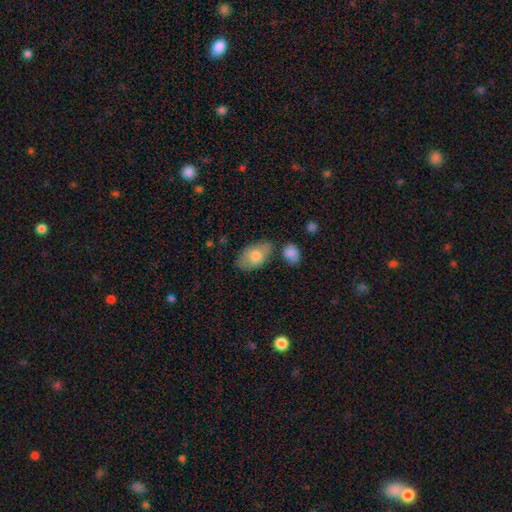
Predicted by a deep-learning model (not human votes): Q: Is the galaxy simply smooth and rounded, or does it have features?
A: smooth — 74%.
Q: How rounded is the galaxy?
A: in between — 91%.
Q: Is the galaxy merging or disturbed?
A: none — 65%.